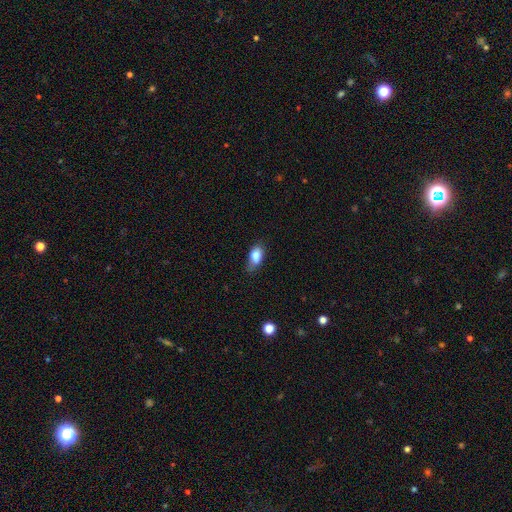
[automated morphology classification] Smooth or featured? smooth (84%)
How rounded? in between (88%)
Merging? none (56%)